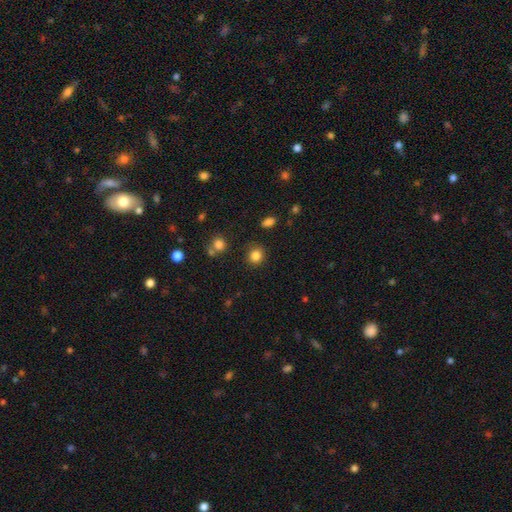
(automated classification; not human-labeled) The model was most divided on "how rounded": round: 85%, in between: 14%, cigar-shaped: 1%. More confident: merging — none (85%); smooth or featured — smooth (84%).